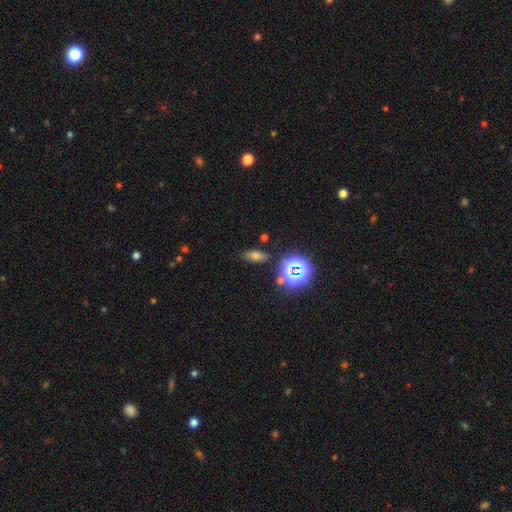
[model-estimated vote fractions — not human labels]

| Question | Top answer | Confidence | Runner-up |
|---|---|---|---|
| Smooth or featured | smooth | 58% | star or artifact (31%) |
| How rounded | in between | 79% | round (11%) |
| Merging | none | 83% | minor disturbance (10%) |